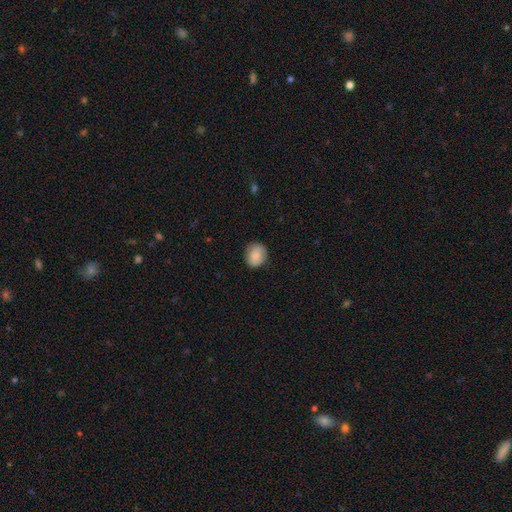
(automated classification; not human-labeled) Smooth or featured: smooth — 75% (featured or disk — 17%)
How rounded: round — 69% (in between — 30%)
Merging: none — 79% (minor disturbance — 16%)